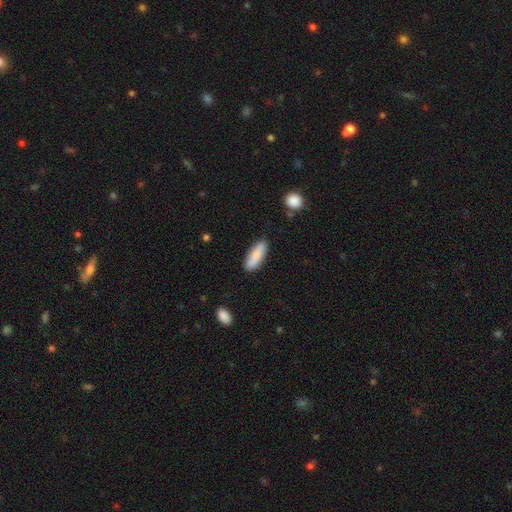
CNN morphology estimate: Smooth or featured? Predicted: smooth (p=0.84). How rounded? Predicted: in between (p=0.50). Merging? Predicted: none (p=0.84).